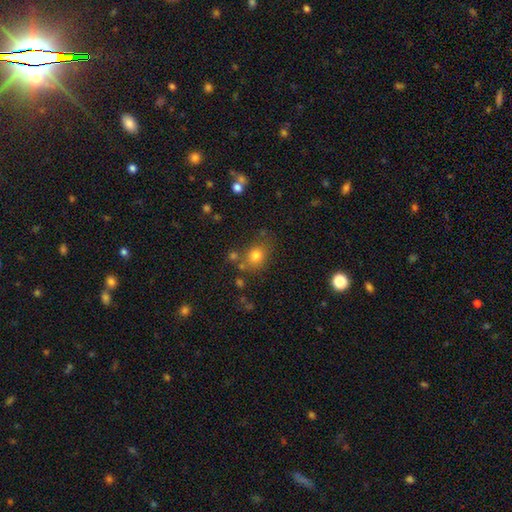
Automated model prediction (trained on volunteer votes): smooth_or_featured: smooth (p=0.77) [alt: star or artifact p=0.13]
how_rounded: round (p=0.63) [alt: in between p=0.36]
merging: none (p=0.67) [alt: minor disturbance p=0.16]